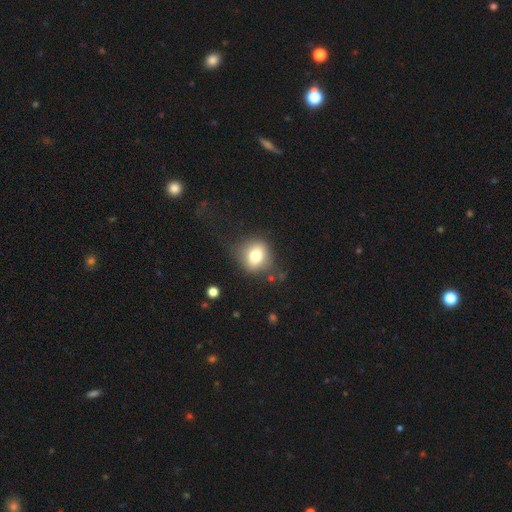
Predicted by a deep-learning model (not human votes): Q: Smooth or featured?
A: smooth (74%); runner-up: featured or disk (15%)
Q: How rounded?
A: round (70%); runner-up: in between (29%)
Q: Merging?
A: none (71%); runner-up: minor disturbance (18%)